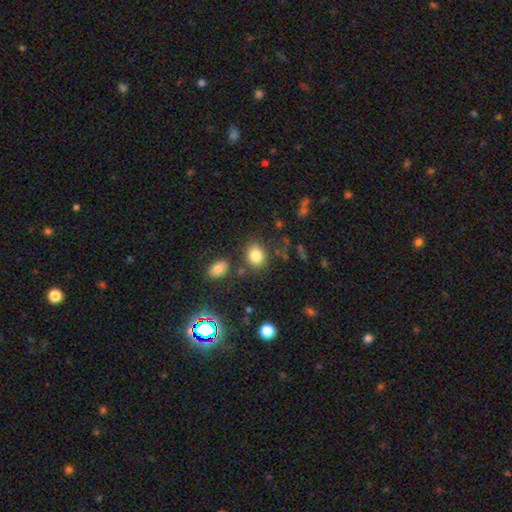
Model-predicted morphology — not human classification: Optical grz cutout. It shows a smooth galaxy with no disk features (82%) that is round (51%). Merging: none (78%).